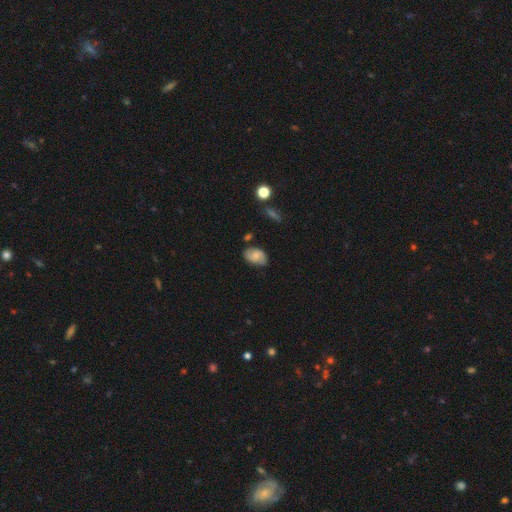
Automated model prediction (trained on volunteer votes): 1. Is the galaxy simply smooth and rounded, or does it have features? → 60% smooth, 31% featured or disk, 9% star or artifact.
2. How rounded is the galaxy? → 88% in between, 10% round, 1% cigar-shaped.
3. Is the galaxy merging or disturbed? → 71% none, 22% minor disturbance, 4% major disturbance, 3% merger.